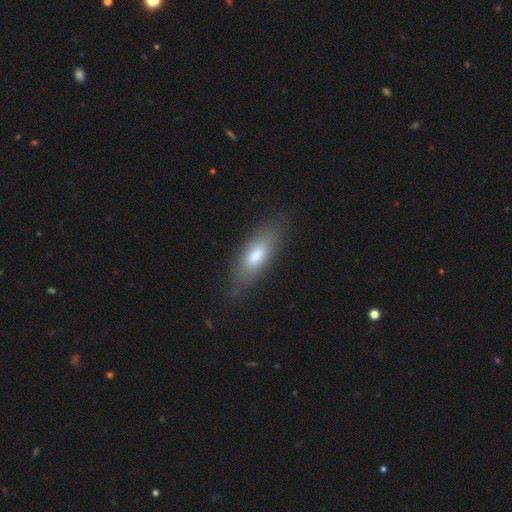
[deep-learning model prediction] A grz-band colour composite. It shows a smooth galaxy with no disk features (71%) that is in between round and cigar-shaped (67%). Merging: none (81%).